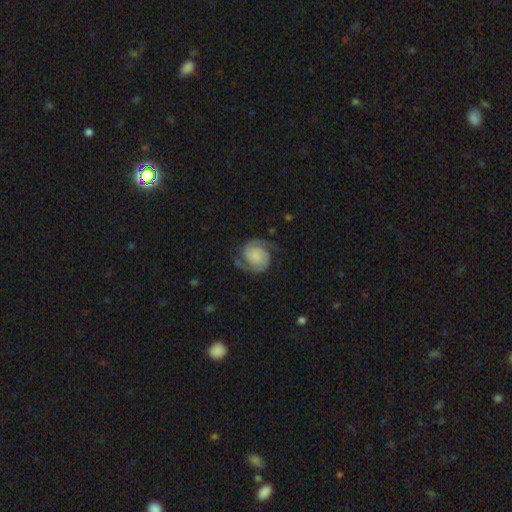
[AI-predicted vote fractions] Smooth or featured? featured or disk (81%)
Edge-on disk? no (98%)
Bar? no (73%)
Spiral arms? yes (97%)
Spiral winding? medium (46%)
Spiral arm count? 2 (93%)
Bulge size? none (43%)
Merging? none (75%)